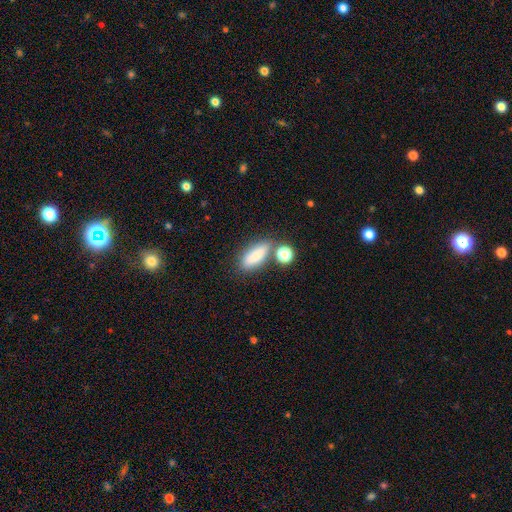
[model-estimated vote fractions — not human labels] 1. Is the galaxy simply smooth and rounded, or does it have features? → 81% smooth, 10% featured or disk, 8% star or artifact.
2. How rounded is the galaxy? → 68% in between, 26% cigar-shaped, 6% round.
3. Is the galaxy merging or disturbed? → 62% none, 17% merger, 15% minor disturbance, 6% major disturbance.